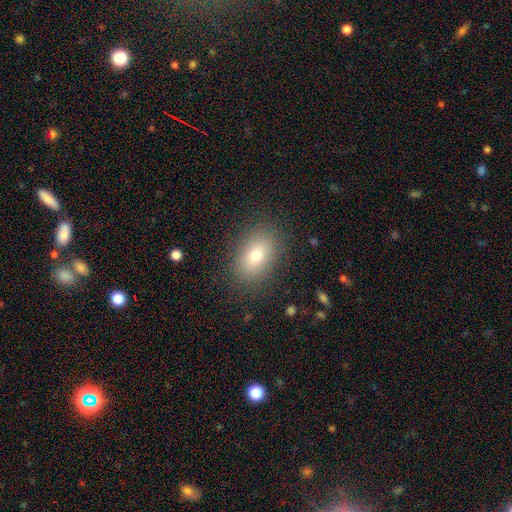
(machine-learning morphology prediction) Overall: smooth (75%). How rounded: in between (82%). Merging: none (86%).